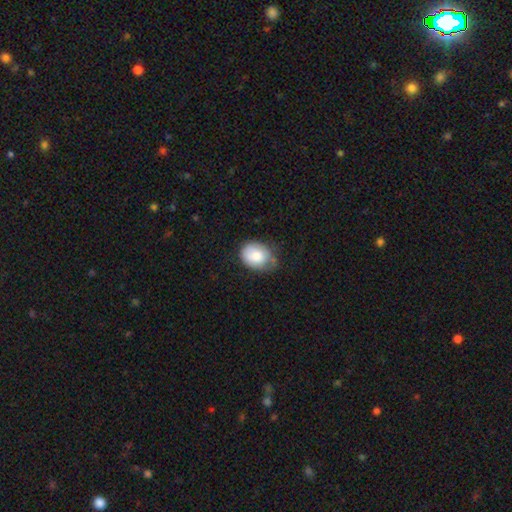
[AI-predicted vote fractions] Smooth or featured: smooth — 79% (featured or disk — 14%)
How rounded: in between — 54% (round — 45%)
Merging: none — 52% (minor disturbance — 36%)